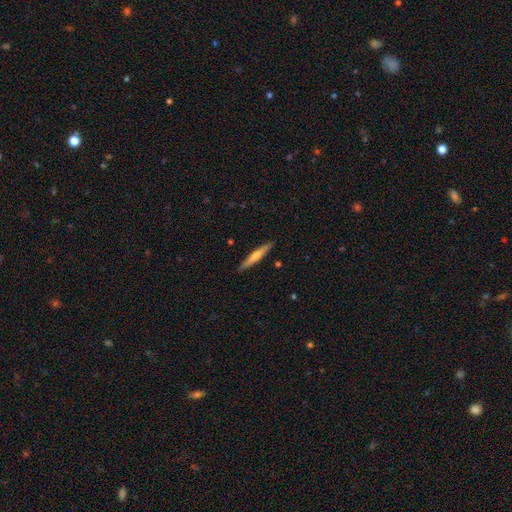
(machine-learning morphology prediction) smooth 51%, featured or disk 43%, star or artifact 5%. Down the decision tree: how rounded — cigar-shaped (94%); merging — none (90%).